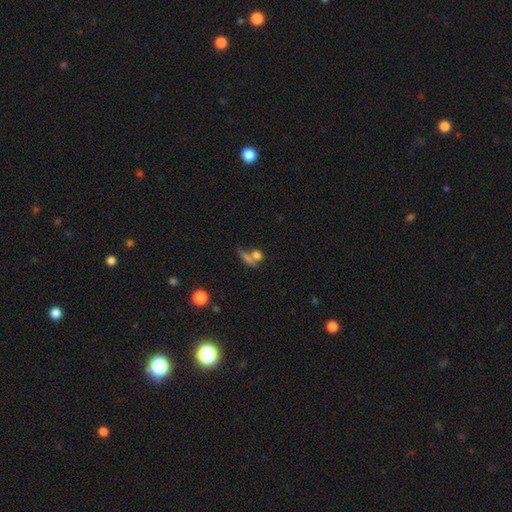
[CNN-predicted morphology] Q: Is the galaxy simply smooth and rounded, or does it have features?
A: smooth — 71%.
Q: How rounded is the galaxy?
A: round — 46%.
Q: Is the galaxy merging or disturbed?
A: none — 42%.